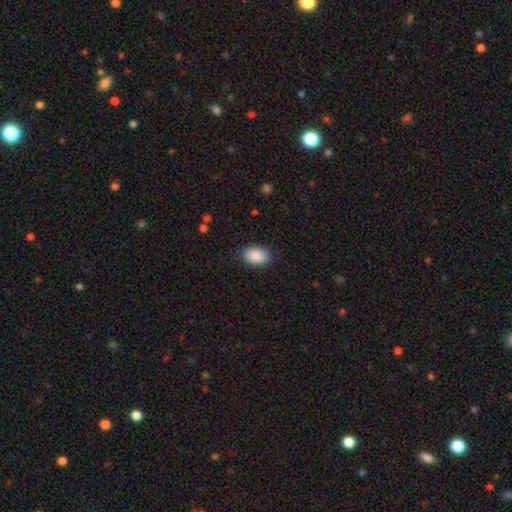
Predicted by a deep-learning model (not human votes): Smooth or featured? Predicted: smooth (p=0.90). How rounded? Predicted: in between (p=0.88). Merging? Predicted: none (p=0.83).